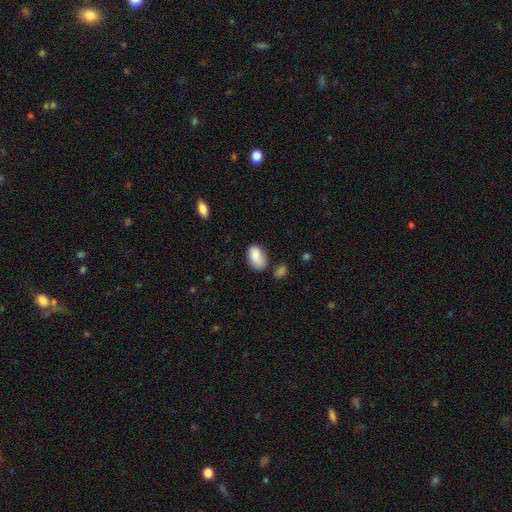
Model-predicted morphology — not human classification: smooth_or_featured: smooth (p=0.85) [alt: star or artifact p=0.08]
how_rounded: in between (p=0.91) [alt: round p=0.07]
merging: none (p=0.55) [alt: minor disturbance p=0.28]